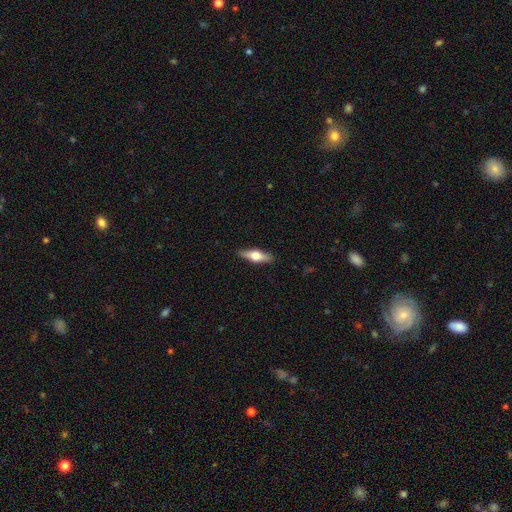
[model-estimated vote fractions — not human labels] Smooth or featured? Predicted: featured or disk (p=0.49). Merging? Predicted: none (p=0.89).